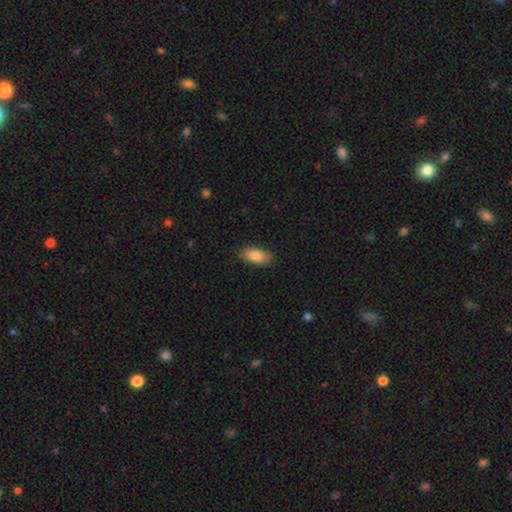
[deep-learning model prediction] Smooth or featured?
  - smooth: 84% *
  - featured or disk: 9%
  - star or artifact: 7%
How rounded?
  - in between: 88% *
  - cigar-shaped: 9%
  - round: 3%
Merging?
  - none: 87% *
  - minor disturbance: 10%
  - major disturbance: 2%
  - merger: 1%